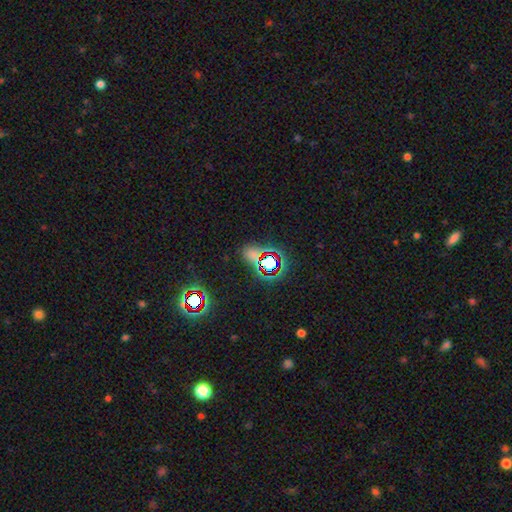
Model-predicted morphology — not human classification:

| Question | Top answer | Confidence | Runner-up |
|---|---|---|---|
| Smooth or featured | star or artifact | 56% | smooth (33%) |